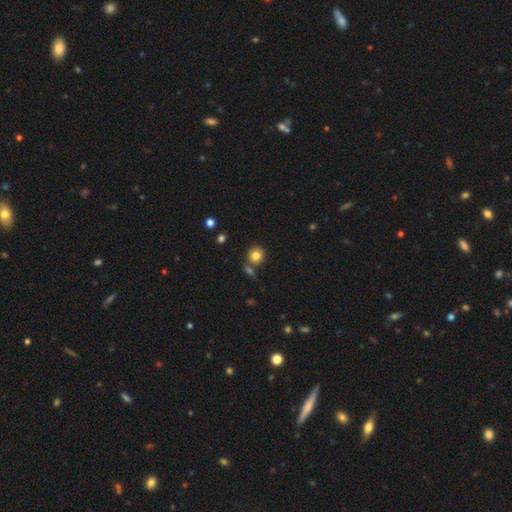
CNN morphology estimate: smooth_or_featured: smooth (p=0.81) [alt: star or artifact p=0.11]
how_rounded: round (p=0.86) [alt: in between p=0.13]
merging: none (p=0.70) [alt: merger p=0.17]